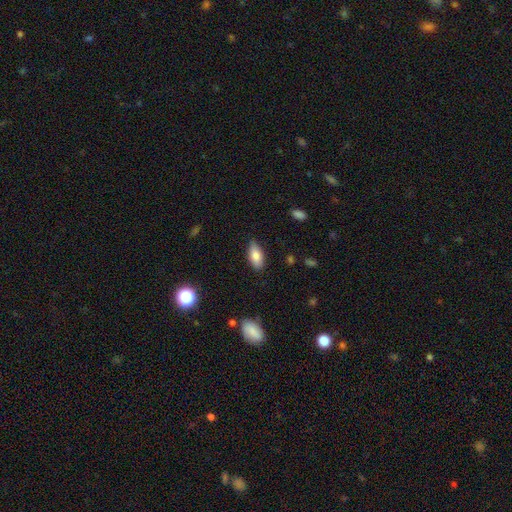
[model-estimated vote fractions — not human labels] Q: Smooth or featured?
A: smooth (80%); runner-up: featured or disk (13%)
Q: How rounded?
A: in between (86%); runner-up: cigar-shaped (11%)
Q: Merging?
A: none (82%); runner-up: minor disturbance (14%)